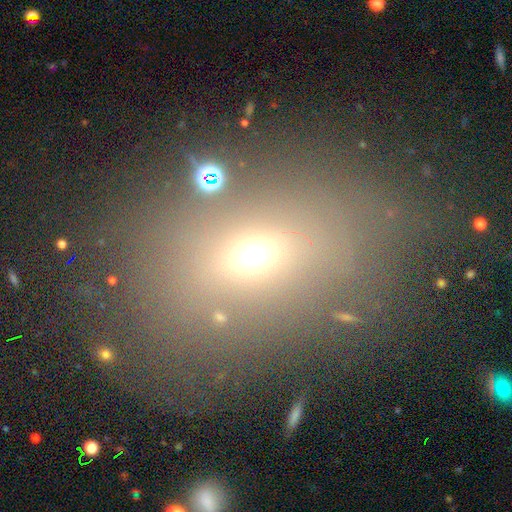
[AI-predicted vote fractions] Smooth or featured?
  - smooth: 60% *
  - star or artifact: 24%
  - featured or disk: 16%
How rounded?
  - in between: 69% *
  - round: 27%
  - cigar-shaped: 4%
Merging?
  - none: 69% *
  - minor disturbance: 14%
  - major disturbance: 9%
  - merger: 8%